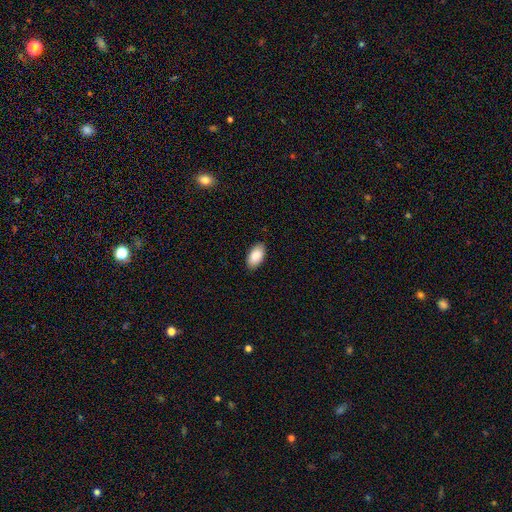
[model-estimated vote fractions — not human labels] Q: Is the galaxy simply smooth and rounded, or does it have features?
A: smooth — 89%.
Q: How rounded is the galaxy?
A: in between — 95%.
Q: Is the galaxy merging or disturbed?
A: none — 87%.